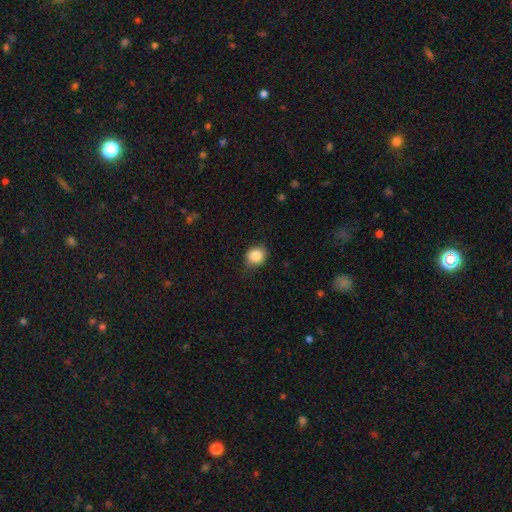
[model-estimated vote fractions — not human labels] smooth-or-featured: smooth: 85% | star or artifact: 9% | featured or disk: 5%
  how-rounded: round: 72% | in between: 28% | cigar-shaped: 1%
  merging: none: 80% | minor disturbance: 16% | major disturbance: 3% | merger: 1%